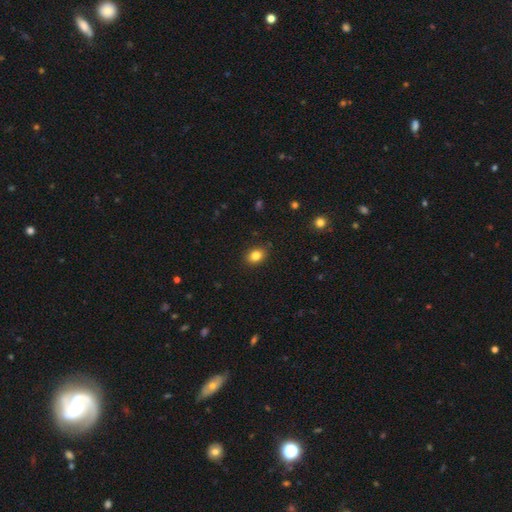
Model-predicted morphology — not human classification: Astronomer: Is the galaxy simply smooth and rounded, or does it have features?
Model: smooth — 83%.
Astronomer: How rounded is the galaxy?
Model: in between — 58% (runner-up: round, 41%).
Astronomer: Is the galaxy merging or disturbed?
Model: none — 88%.